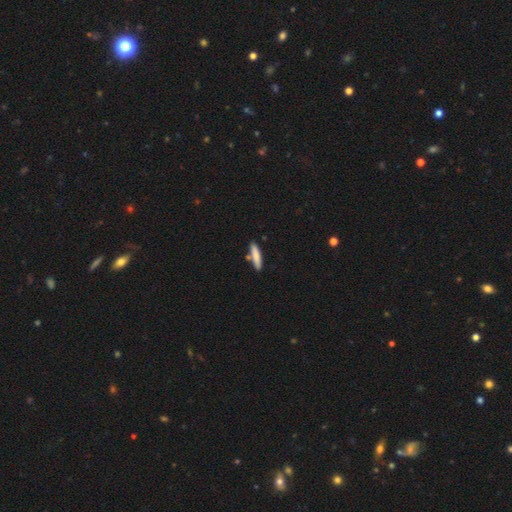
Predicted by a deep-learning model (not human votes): Overall: smooth (79%). How rounded: cigar-shaped (84%). Merging: none (78%).